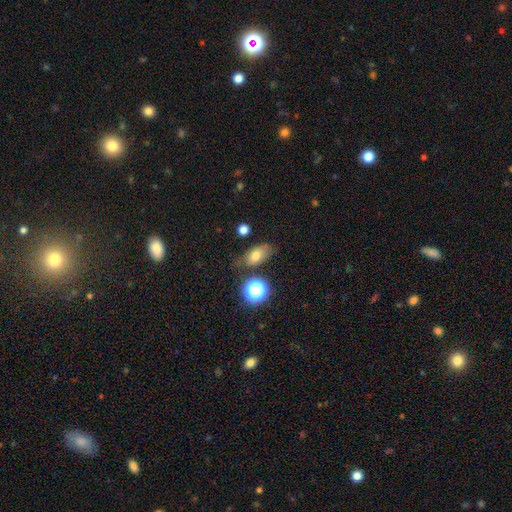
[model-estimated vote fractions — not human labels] Smooth or featured: smooth — 69% (featured or disk — 16%)
How rounded: in between — 80% (round — 15%)
Merging: none — 67% (minor disturbance — 21%)